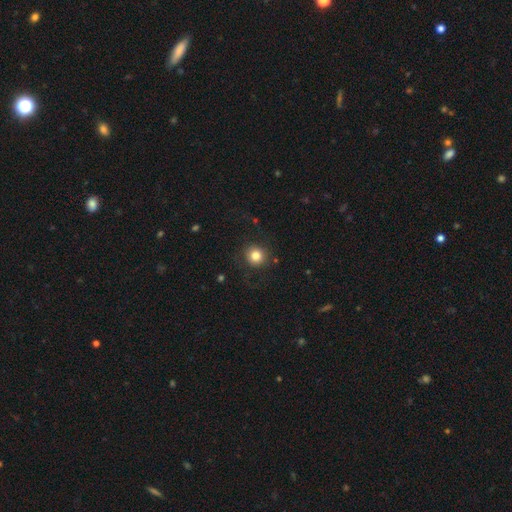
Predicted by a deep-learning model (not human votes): Smooth or featured? smooth (82%)
How rounded? round (92%)
Merging? none (86%)